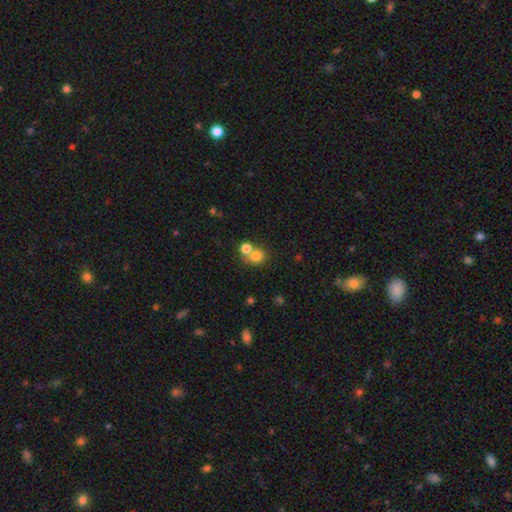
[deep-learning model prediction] This appears to be a smooth galaxy with no disk features (76%) that is round (80%). Merging: merger (46%).